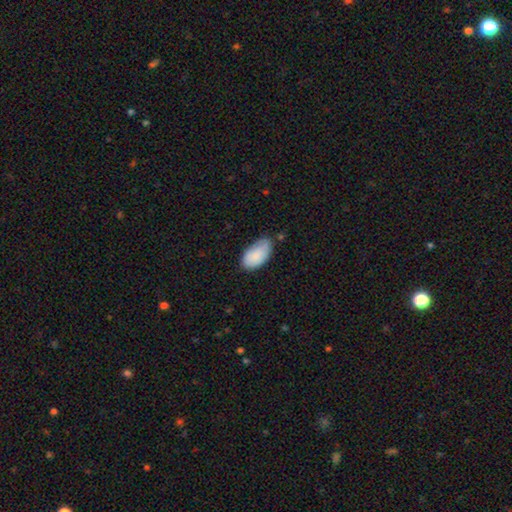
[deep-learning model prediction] This is clearly a smooth galaxy (86%). How rounded: clearly in between (95%). Merging: possibly none (58%).